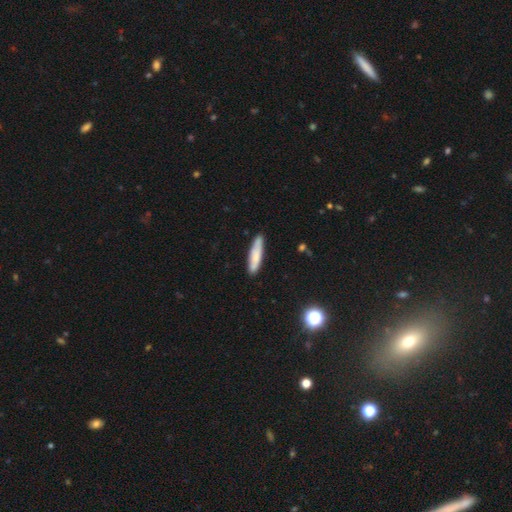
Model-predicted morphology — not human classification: This is likely a smooth galaxy (75%). How rounded: clearly cigar-shaped (83%). Merging: clearly none (82%).